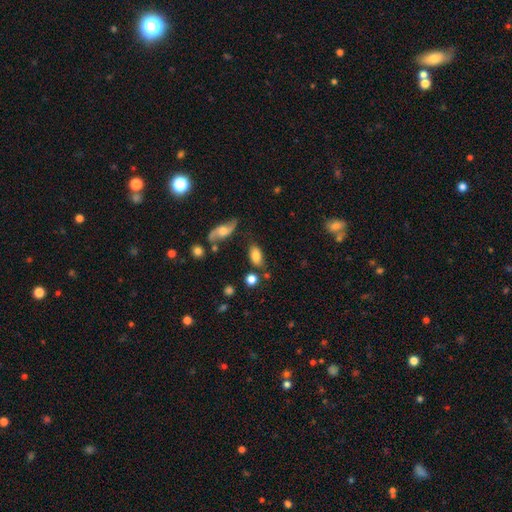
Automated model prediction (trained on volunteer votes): smooth 79%, featured or disk 13%, star or artifact 8%. Down the decision tree: how rounded — in between (89%); merging — none (70%).